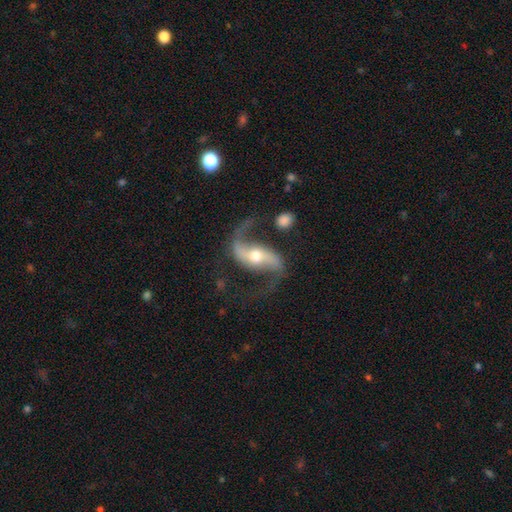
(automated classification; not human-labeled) Smooth or featured? featured or disk (92%)
Edge-on disk? no (96%)
Bar? strong (45%)
Spiral arms? yes (97%)
Spiral winding? loose (76%)
Spiral arm count? 2 (94%)
Bulge size? moderate (61%)
Merging? none (74%)